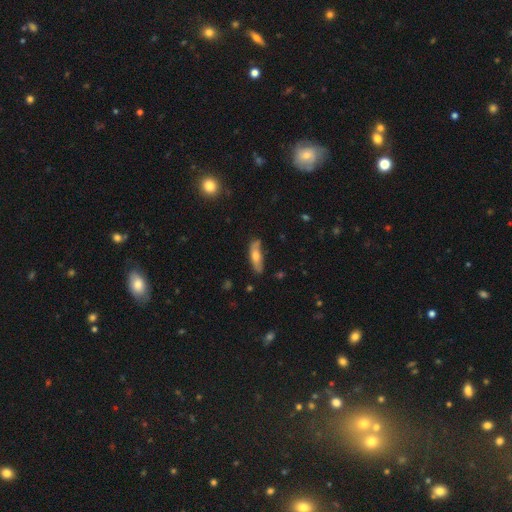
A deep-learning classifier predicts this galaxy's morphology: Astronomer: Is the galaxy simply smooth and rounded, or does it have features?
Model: smooth — 64%.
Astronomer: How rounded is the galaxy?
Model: cigar-shaped — 56% (runner-up: in between, 41%).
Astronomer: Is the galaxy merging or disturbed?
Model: none — 70%.